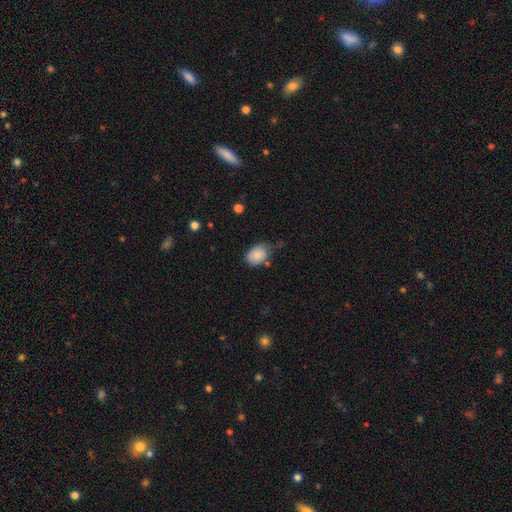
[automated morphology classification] Smooth or featured?
  - smooth: 84% *
  - featured or disk: 9%
  - star or artifact: 8%
How rounded?
  - in between: 77% *
  - round: 22%
  - cigar-shaped: 1%
Merging?
  - none: 51% *
  - minor disturbance: 35%
  - major disturbance: 9%
  - merger: 5%